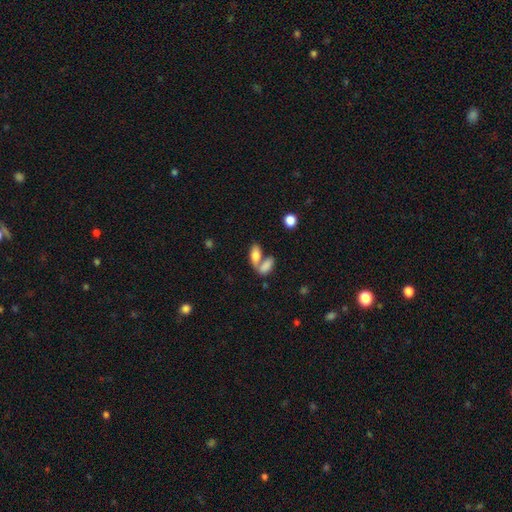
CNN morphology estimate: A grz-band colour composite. It shows a smooth galaxy with no disk features (78%) that is in between round and cigar-shaped (84%). Merging: merger (56%).